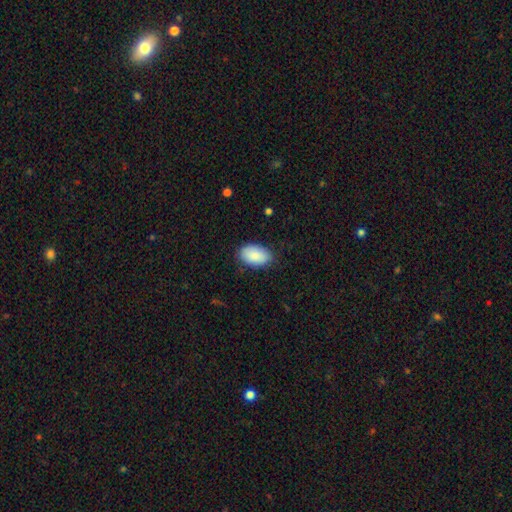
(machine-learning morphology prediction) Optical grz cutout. It shows a smooth galaxy with no disk features (88%) that is in between round and cigar-shaped (94%). Merging: none (81%).